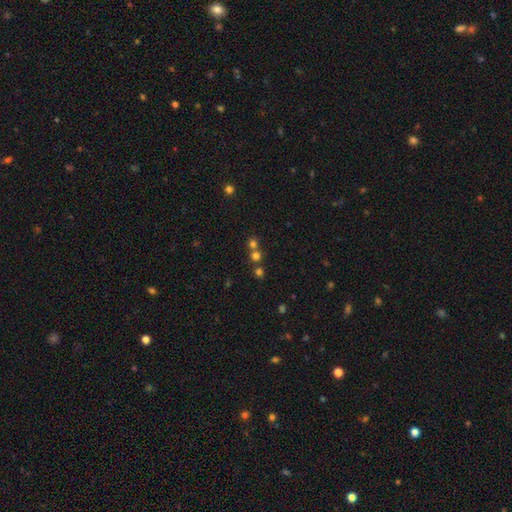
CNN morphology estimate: This is likely a smooth galaxy (64%). How rounded: clearly round (89%). Merging: possibly none (57%).